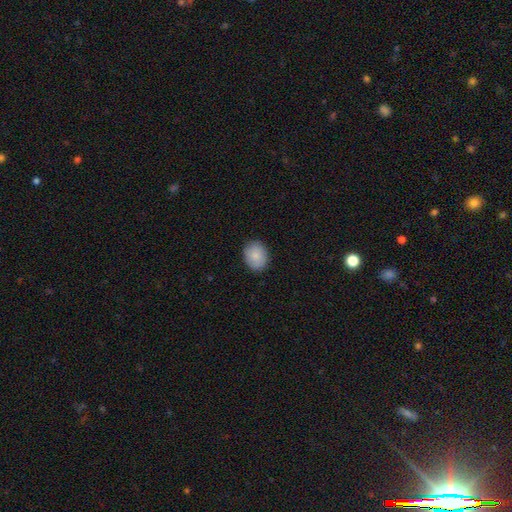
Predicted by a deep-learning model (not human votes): This is clearly a smooth galaxy (86%). How rounded: possibly in between (52%). Merging: clearly none (87%).